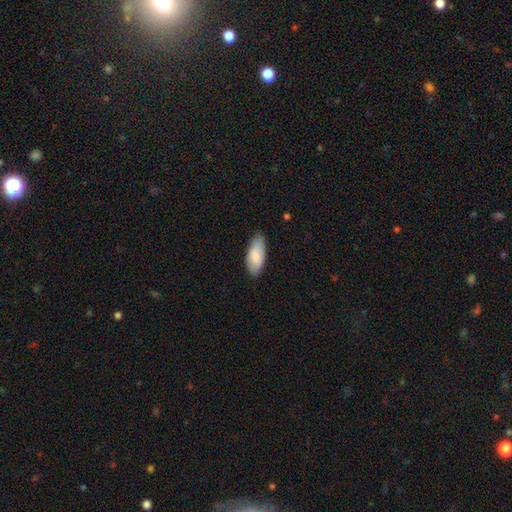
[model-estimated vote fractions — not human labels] smooth-or-featured: smooth: 85% | featured or disk: 9% | star or artifact: 5%
  how-rounded: in between: 86% | cigar-shaped: 13% | round: 2%
  merging: none: 76% | minor disturbance: 20% | major disturbance: 3% | merger: 1%